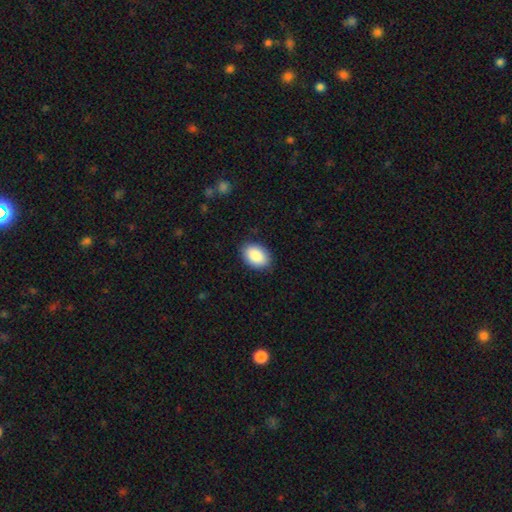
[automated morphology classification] smooth 90%, star or artifact 6%, featured or disk 4%. Down the decision tree: how rounded — in between (86%); merging — none (87%).